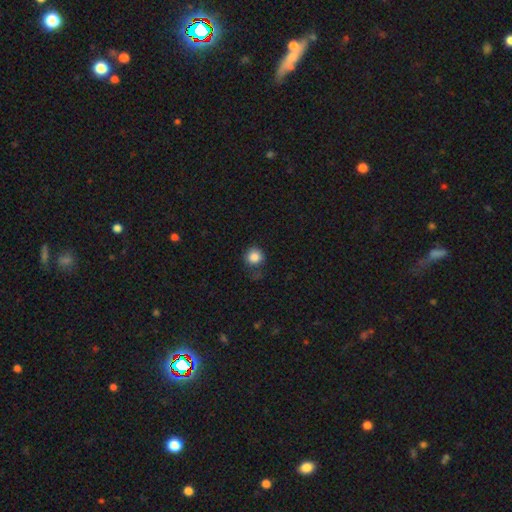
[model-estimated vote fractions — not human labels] smooth-or-featured: smooth: 85% | star or artifact: 10% | featured or disk: 5%
  how-rounded: round: 90% | in between: 9% | cigar-shaped: 1%
  merging: none: 69% | minor disturbance: 21% | major disturbance: 7% | merger: 2%